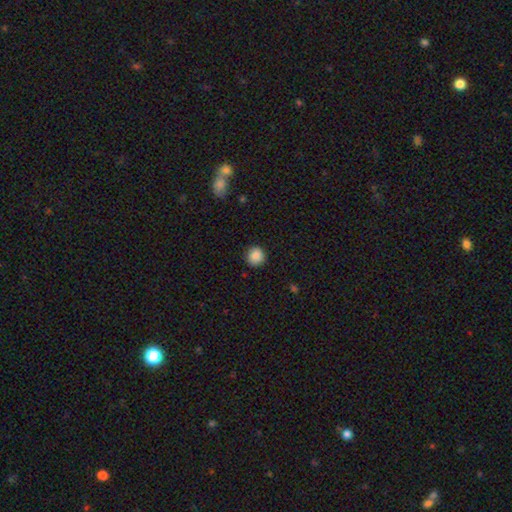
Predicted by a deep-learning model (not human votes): Smooth or featured? Predicted: smooth (p=0.87). How rounded? Predicted: round (p=0.91). Merging? Predicted: none (p=0.89).